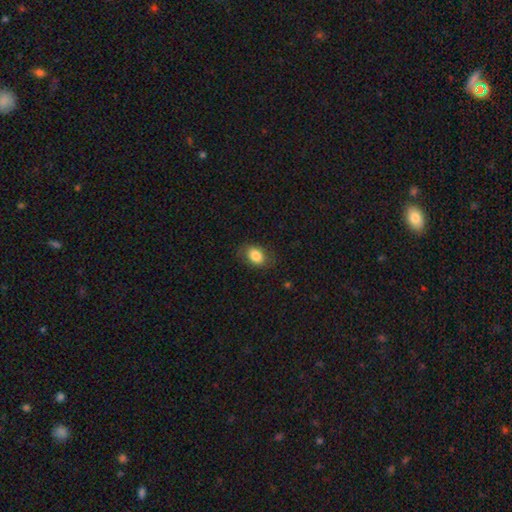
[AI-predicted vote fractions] Morphology: type=smooth (83%); roundness=in between (77%); merging=none (77%).